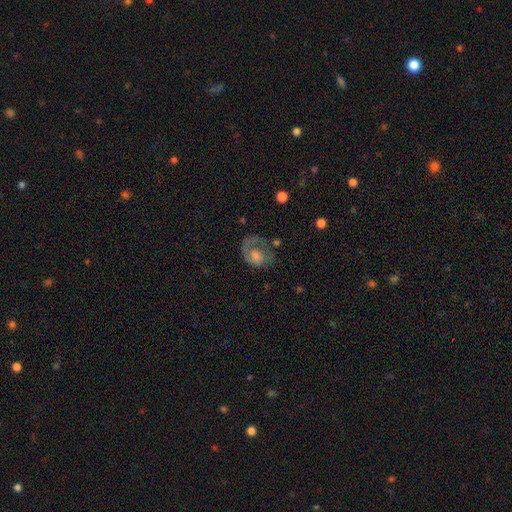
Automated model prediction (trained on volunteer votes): A featured or disk galaxy (60%) with no bar (75%), spiral arms (73%) and a moderate central bulge (46%).

Vote fractions:
- Smooth or featured? featured or disk: 60% / smooth: 30% / star or artifact: 10%
- Edge-on disk? no: 97% / yes: 3%
- Bar? no: 75% / weak: 21% / strong: 3%
- Spiral arms? yes: 73% / no: 27%
- Bulge size? moderate: 46% / small: 25% / large: 16% / none: 10% / dominant: 2%
- Merging? none: 43% / major disturbance: 33% / minor disturbance: 20% / merger: 4%